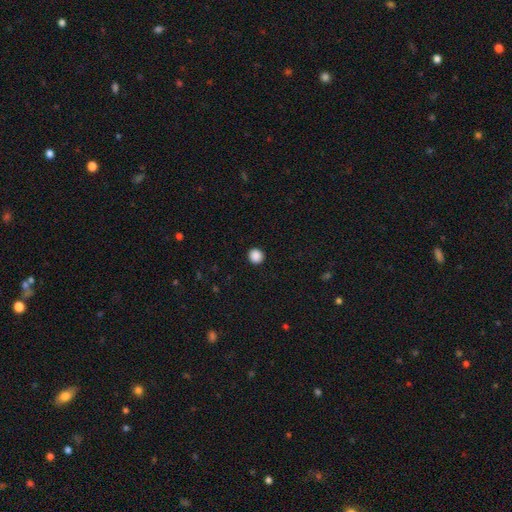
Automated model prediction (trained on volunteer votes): Q: Smooth or featured?
A: smooth (89%); runner-up: star or artifact (9%)
Q: How rounded?
A: round (92%); runner-up: in between (7%)
Q: Merging?
A: none (93%); runner-up: minor disturbance (4%)